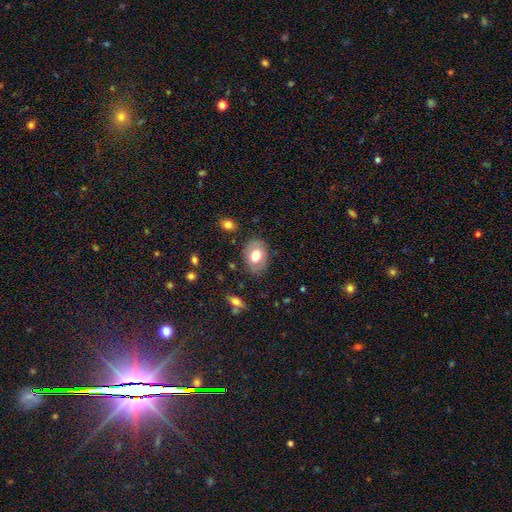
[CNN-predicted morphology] This appears to be a smooth galaxy with no disk features (67%) that is in between round and cigar-shaped (76%). Merging: none (81%).